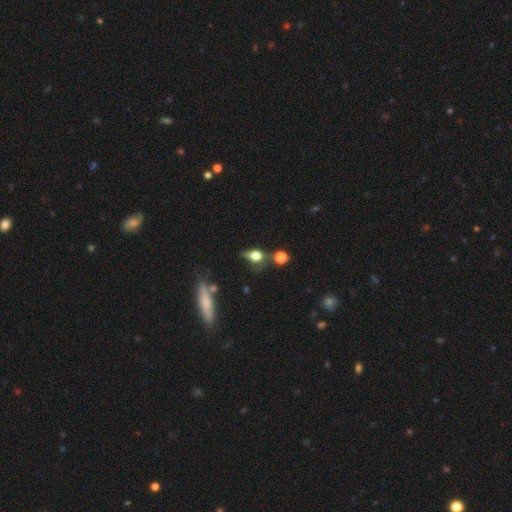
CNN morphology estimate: type=smooth (69%); roundness=in between (51%); merging=none (43%).